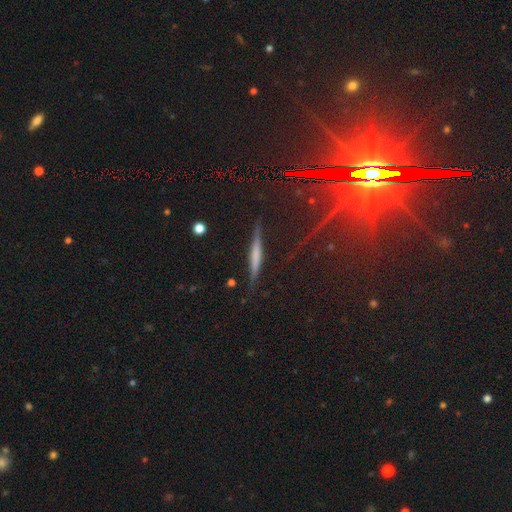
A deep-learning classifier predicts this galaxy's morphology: featured or disk 49%, smooth 39%, star or artifact 12%. Down the decision tree: merging — none (83%).